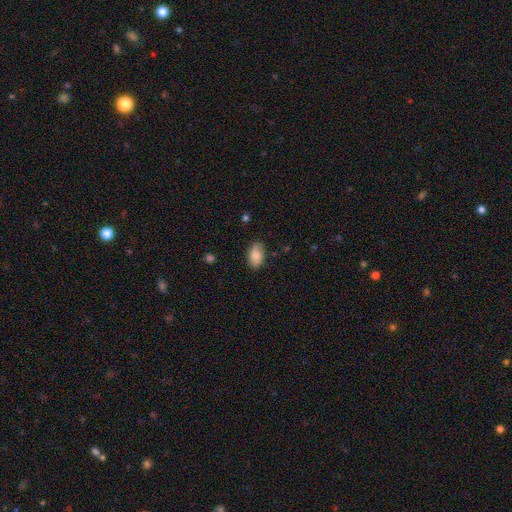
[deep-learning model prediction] A smooth galaxy with no disk features (86%) that is in between round and cigar-shaped (93%). Merging: none (85%).